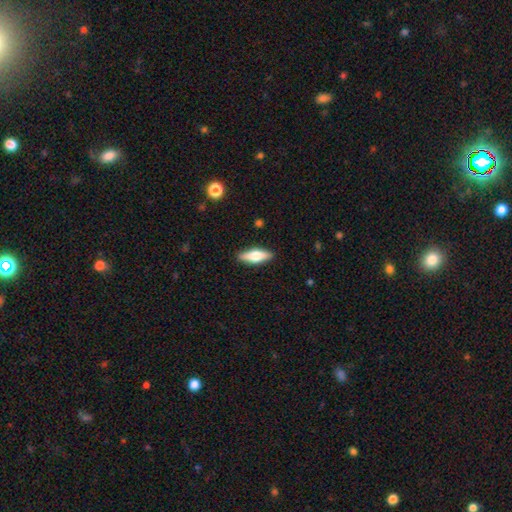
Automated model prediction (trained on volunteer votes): Smooth or featured: smooth — 56% (featured or disk — 38%)
How rounded: in between — 55% (cigar-shaped — 43%)
Merging: none — 89% (minor disturbance — 8%)